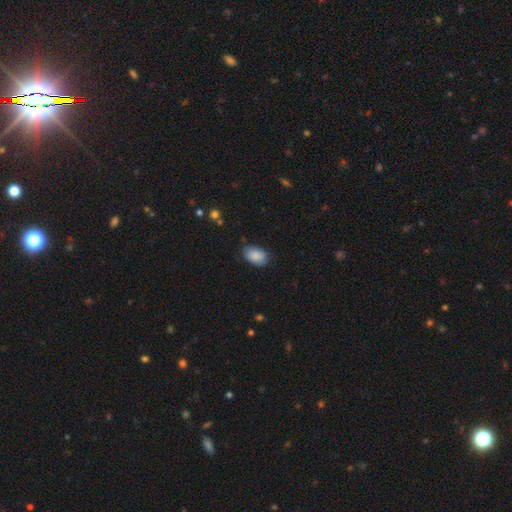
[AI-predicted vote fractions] Smooth or featured?
  - smooth: 88% *
  - star or artifact: 7%
  - featured or disk: 5%
How rounded?
  - in between: 88% *
  - round: 11%
  - cigar-shaped: 1%
Merging?
  - none: 78% *
  - minor disturbance: 17%
  - major disturbance: 3%
  - merger: 1%